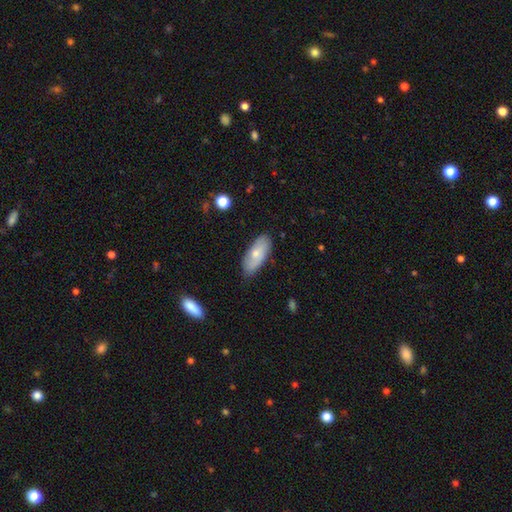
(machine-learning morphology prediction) A smooth galaxy with no disk features (65%) that is in between round and cigar-shaped (86%). Merging: none (80%).